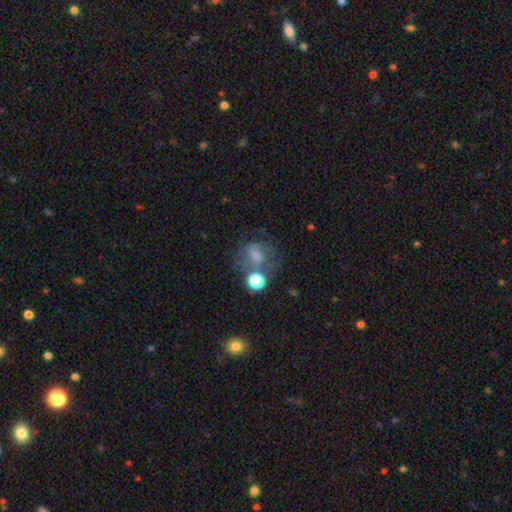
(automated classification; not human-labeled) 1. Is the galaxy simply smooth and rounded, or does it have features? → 53% smooth, 27% featured or disk, 20% star or artifact.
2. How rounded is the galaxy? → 53% round, 45% in between, 2% cigar-shaped.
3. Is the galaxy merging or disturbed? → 39% none, 22% major disturbance, 20% minor disturbance, 20% merger.